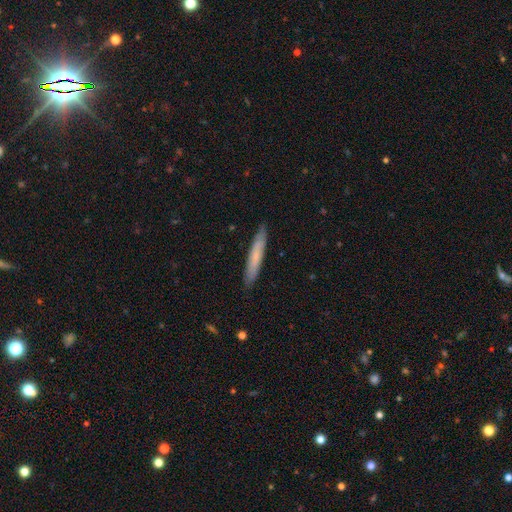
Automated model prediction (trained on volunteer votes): Smooth or featured? smooth (62%)
How rounded? cigar-shaped (93%)
Merging? none (87%)